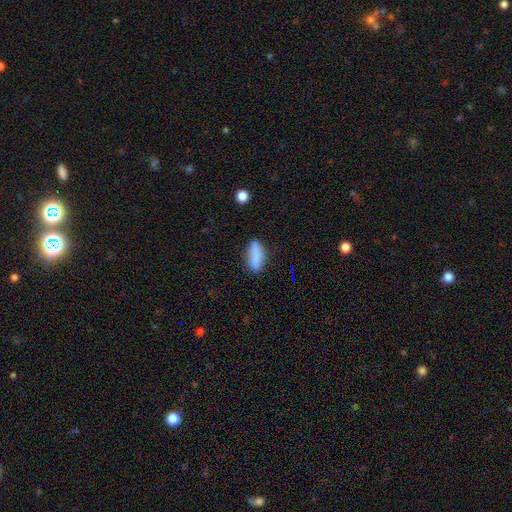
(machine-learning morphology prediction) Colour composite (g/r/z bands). It shows a smooth galaxy with no disk features (84%) that is in between round and cigar-shaped (68%). Merging: none (77%).